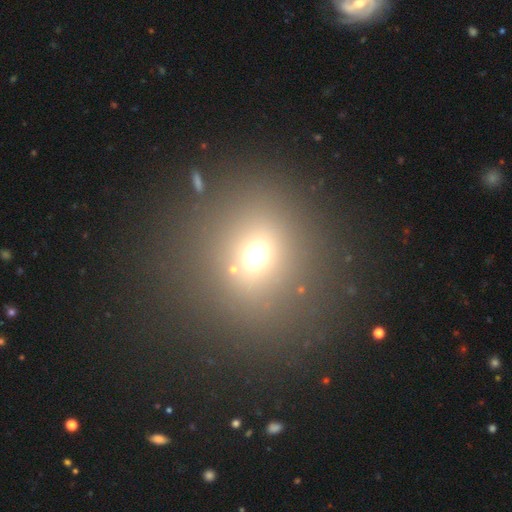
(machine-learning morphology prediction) Smooth or featured: smooth — 62% (star or artifact — 26%)
How rounded: round — 80% (in between — 19%)
Merging: none — 80% (minor disturbance — 9%)